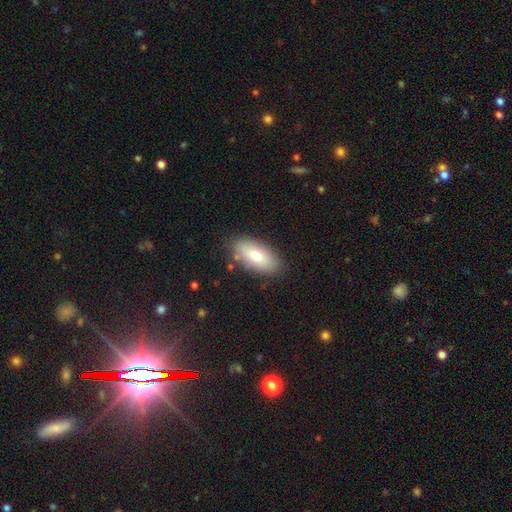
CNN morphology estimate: This appears to be a smooth galaxy with no disk features (75%) that is in between round and cigar-shaped (91%). Merging: none (83%).